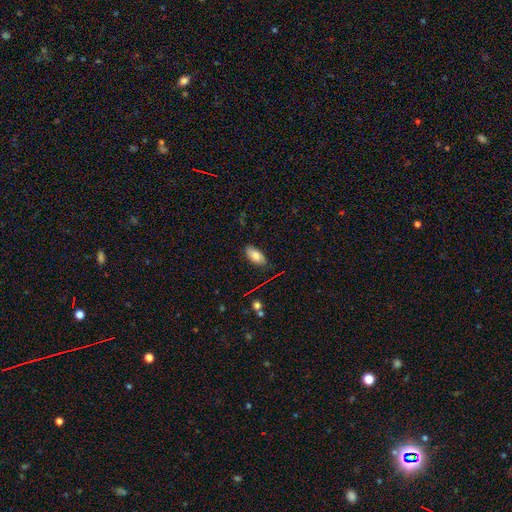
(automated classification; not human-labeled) smooth_or_featured: smooth (p=0.80) [alt: featured or disk p=0.12]
how_rounded: in between (p=0.90) [alt: cigar-shaped p=0.07]
merging: none (p=0.75) [alt: minor disturbance p=0.19]